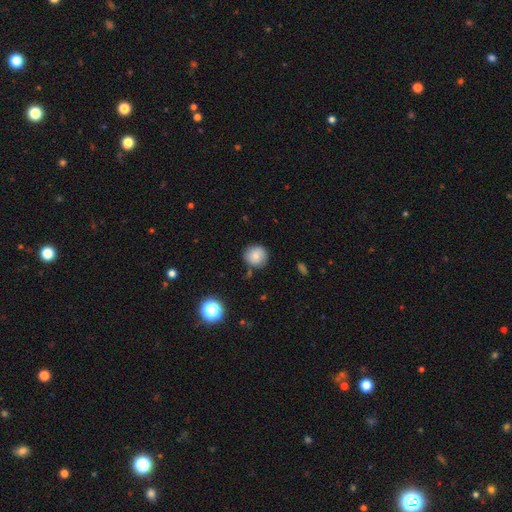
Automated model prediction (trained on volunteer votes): A smooth galaxy with no disk features (81%) that is round (92%).

Vote fractions:
- Smooth or featured? smooth: 81% / star or artifact: 10% / featured or disk: 9%
- How rounded? round: 92% / in between: 7% / cigar-shaped: 1%
- Merging? none: 84% / minor disturbance: 10% / merger: 3% / major disturbance: 2%